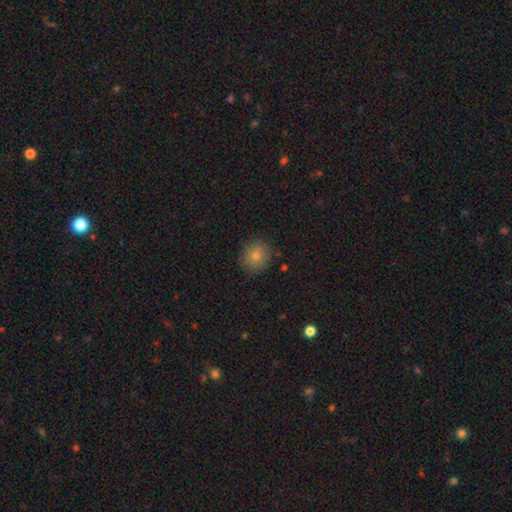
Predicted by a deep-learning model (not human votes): Overall: smooth (77%). How rounded: round (86%). Merging: none (88%).